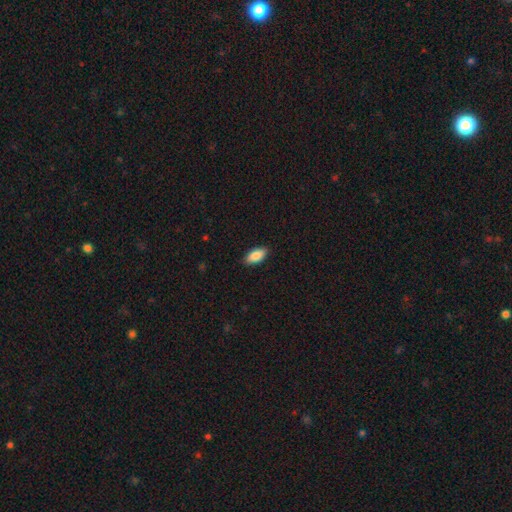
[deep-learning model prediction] Q: Smooth or featured?
A: smooth (88%); runner-up: star or artifact (6%)
Q: How rounded?
A: in between (91%); runner-up: cigar-shaped (6%)
Q: Merging?
A: none (88%); runner-up: minor disturbance (9%)